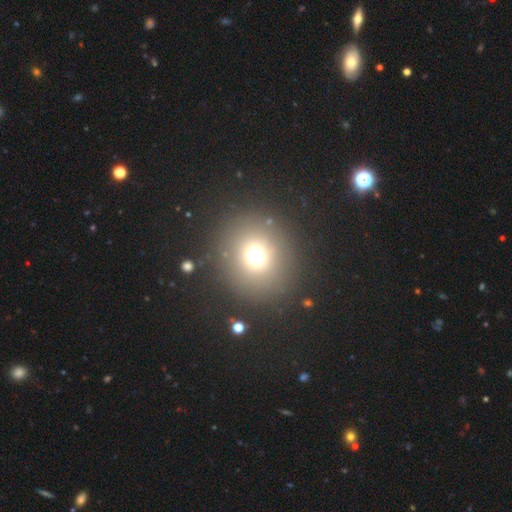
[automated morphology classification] smooth 66%, star or artifact 24%, featured or disk 9%. Down the decision tree: how rounded — round (90%); merging — none (85%).